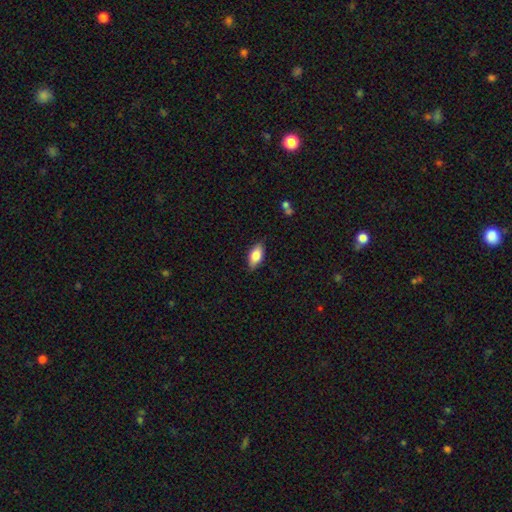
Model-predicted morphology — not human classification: Q: Smooth or featured?
A: smooth (76%); runner-up: featured or disk (17%)
Q: How rounded?
A: in between (88%); runner-up: cigar-shaped (9%)
Q: Merging?
A: none (84%); runner-up: minor disturbance (12%)